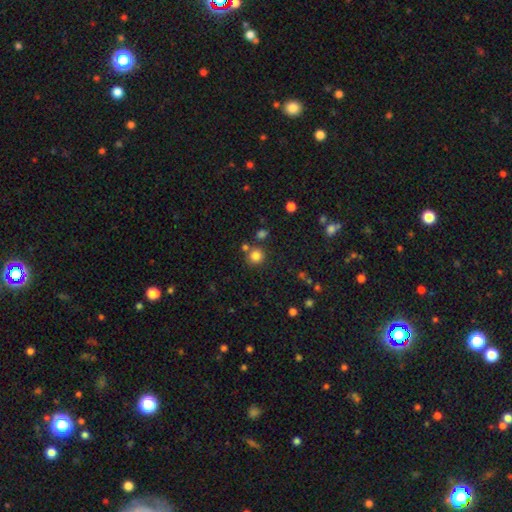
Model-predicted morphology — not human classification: Smooth or featured? Predicted: smooth (p=0.82). How rounded? Predicted: round (p=0.90). Merging? Predicted: none (p=0.76).